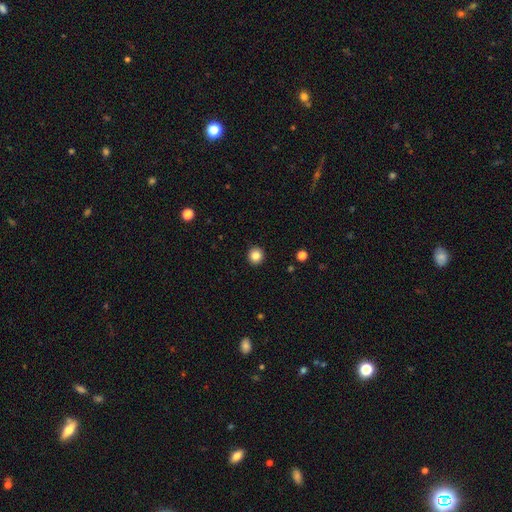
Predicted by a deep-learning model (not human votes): This is clearly a smooth galaxy (84%). How rounded: clearly round (93%). Merging: clearly none (93%).